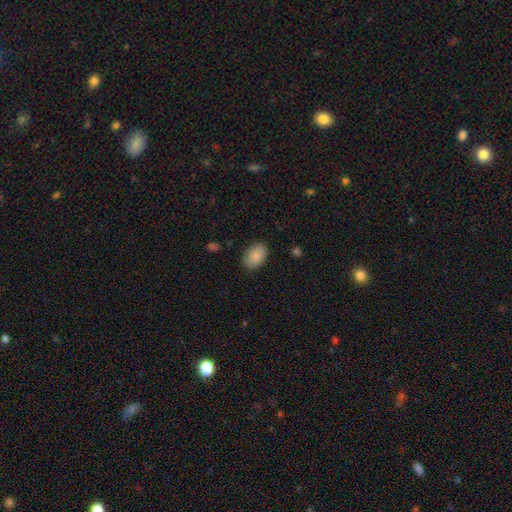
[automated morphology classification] Smooth or featured? smooth (88%)
How rounded? in between (88%)
Merging? none (85%)